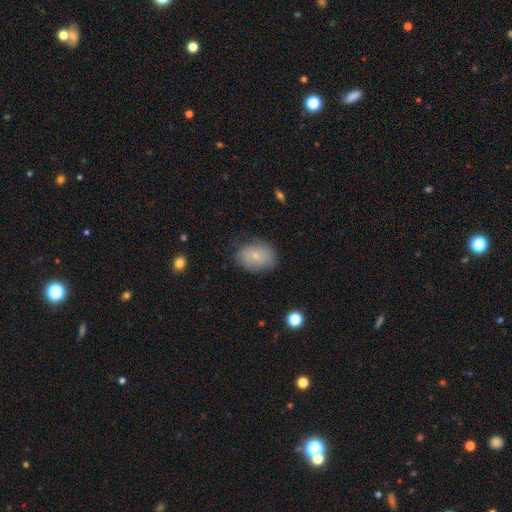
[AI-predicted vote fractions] This is likely a smooth galaxy (71%). How rounded: likely in between (70%). Merging: likely none (71%).